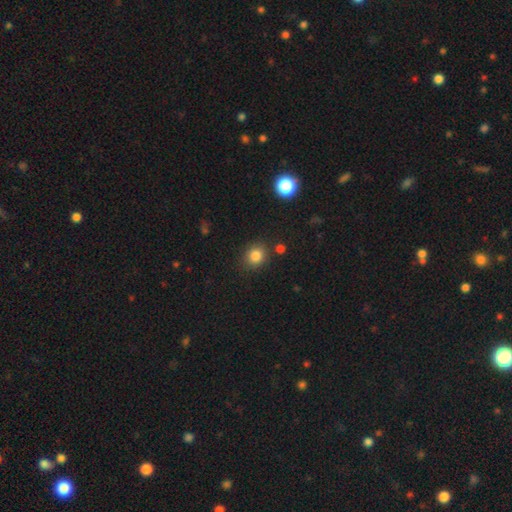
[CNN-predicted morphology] smooth-or-featured: smooth: 83% | star or artifact: 12% | featured or disk: 5%
  how-rounded: round: 75% | in between: 24% | cigar-shaped: 1%
  merging: none: 83% | minor disturbance: 10% | merger: 4% | major disturbance: 3%